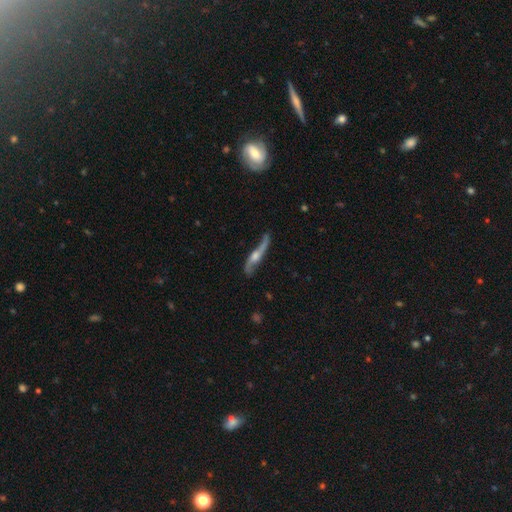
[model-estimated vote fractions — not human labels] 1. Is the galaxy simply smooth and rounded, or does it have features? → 81% featured or disk, 13% smooth, 5% star or artifact.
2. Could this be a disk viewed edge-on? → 50% yes (tied), 50% no (tied).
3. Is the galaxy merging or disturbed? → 68% none, 21% minor disturbance, 9% major disturbance, 3% merger.